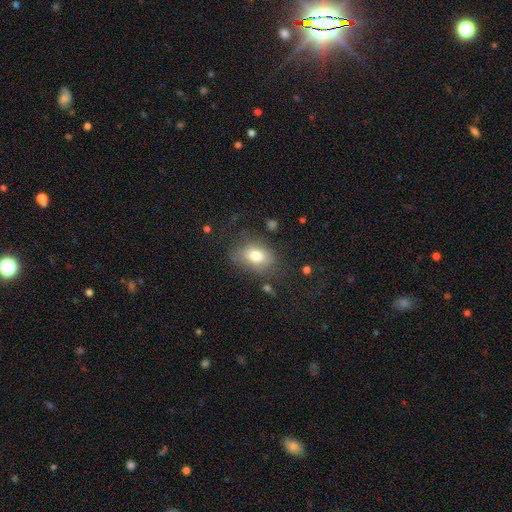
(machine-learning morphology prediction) type=smooth (77%); roundness=in between (76%); merging=none (64%).